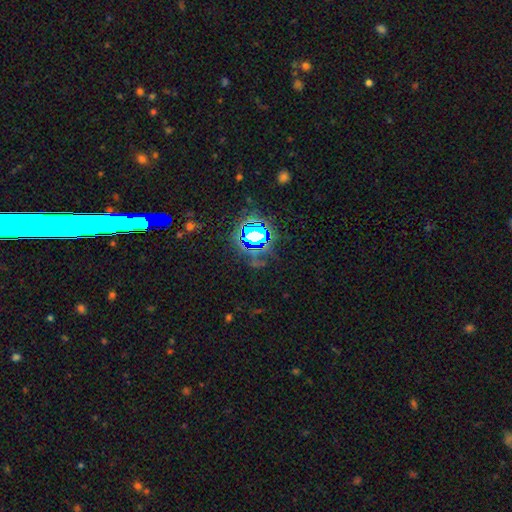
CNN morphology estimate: star or artifact 77%, smooth 14%, featured or disk 9%.